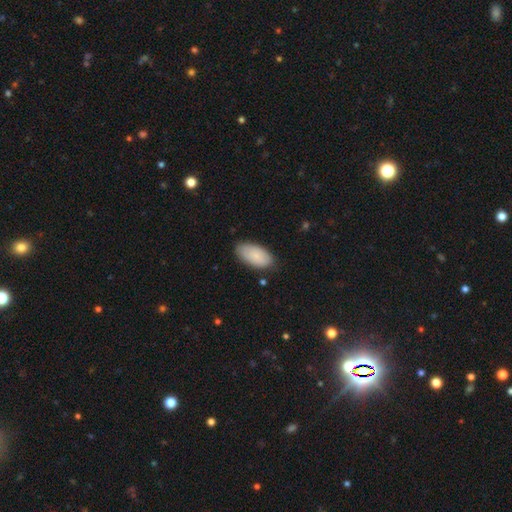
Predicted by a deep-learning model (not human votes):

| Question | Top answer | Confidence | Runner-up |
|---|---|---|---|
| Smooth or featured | smooth | 84% | featured or disk (10%) |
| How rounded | in between | 95% | cigar-shaped (3%) |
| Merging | none | 81% | minor disturbance (15%) |